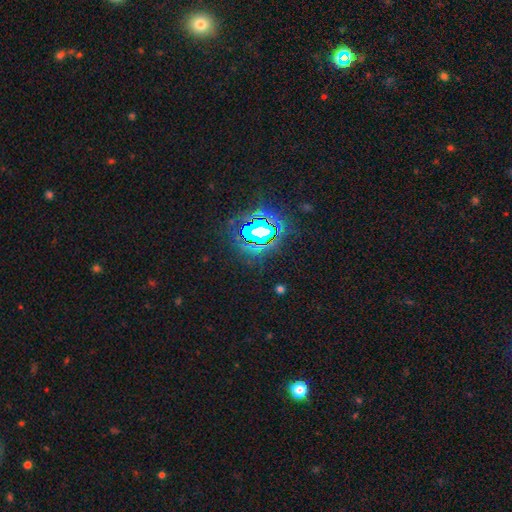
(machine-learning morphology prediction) Q: Smooth or featured?
A: star or artifact (84%); runner-up: smooth (10%)